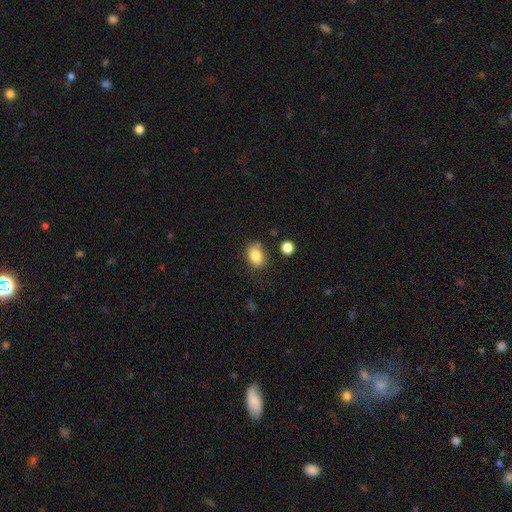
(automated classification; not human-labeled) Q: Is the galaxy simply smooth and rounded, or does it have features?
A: smooth — 83%.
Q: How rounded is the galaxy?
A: in between — 69%.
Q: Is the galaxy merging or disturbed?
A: none — 69%.